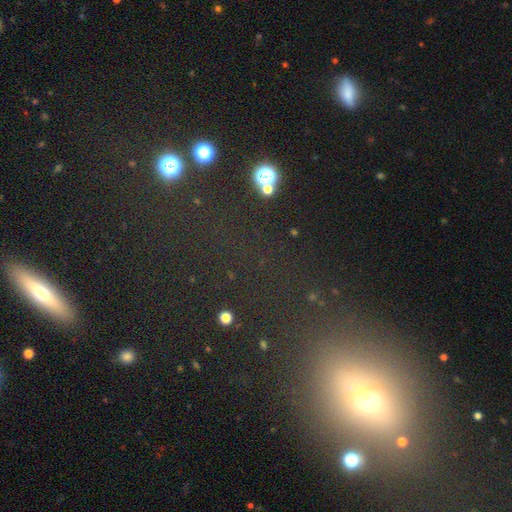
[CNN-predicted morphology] type=smooth (42%); merging=none (70%).